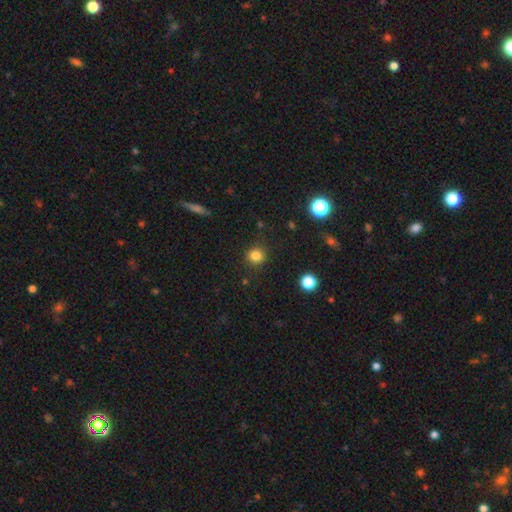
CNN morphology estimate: Overall: smooth (82%). How rounded: round (88%). Merging: none (88%).